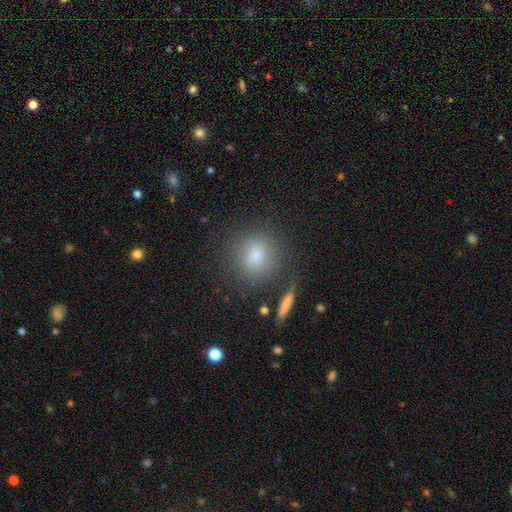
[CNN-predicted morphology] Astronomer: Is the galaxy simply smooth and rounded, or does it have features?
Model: smooth — 79%.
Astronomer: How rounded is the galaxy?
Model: round — 83%.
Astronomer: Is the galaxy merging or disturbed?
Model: none — 78%.